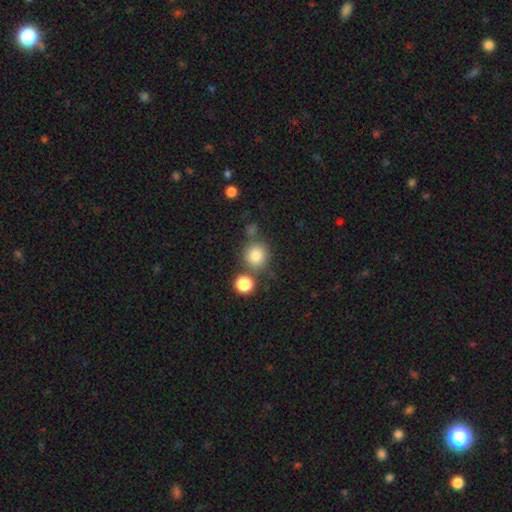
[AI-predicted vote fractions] Smooth or featured: smooth — 82% (star or artifact — 11%)
How rounded: round — 90% (in between — 9%)
Merging: none — 69% (merger — 16%)